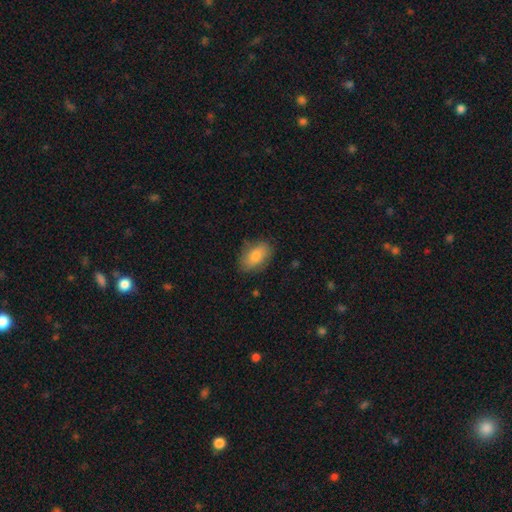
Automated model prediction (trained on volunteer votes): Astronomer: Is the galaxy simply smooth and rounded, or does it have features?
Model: smooth — 78%.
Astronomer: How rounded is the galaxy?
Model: in between — 89%.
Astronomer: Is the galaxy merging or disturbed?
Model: none — 79%.